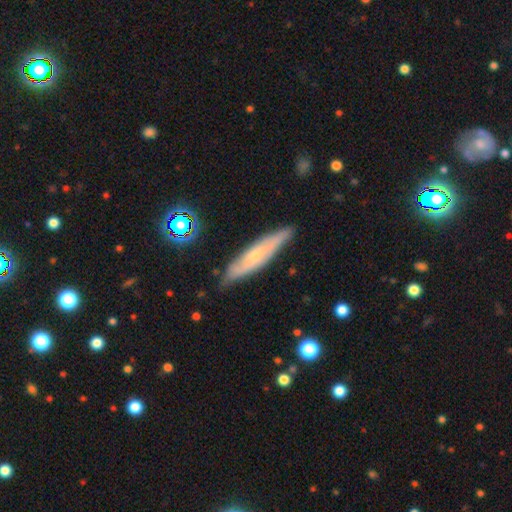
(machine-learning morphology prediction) Q: Smooth or featured?
A: featured or disk (52%); runner-up: smooth (41%)
Q: Edge-on disk?
A: yes (59%); runner-up: no (41%)
Q: Merging?
A: none (79%); runner-up: minor disturbance (16%)